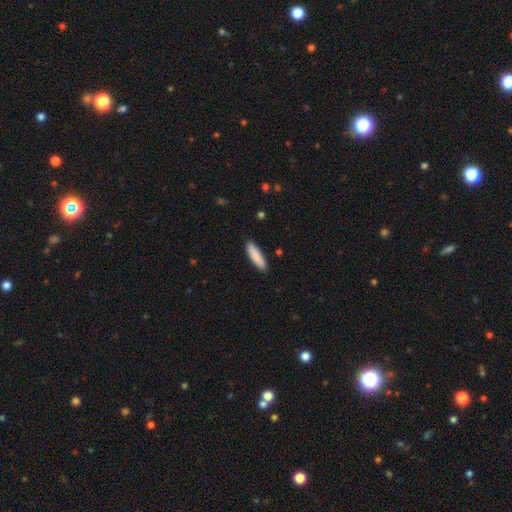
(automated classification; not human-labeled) This appears to be a smooth galaxy with no disk features (88%) that is cigar-shaped (63%). Merging: none (89%).